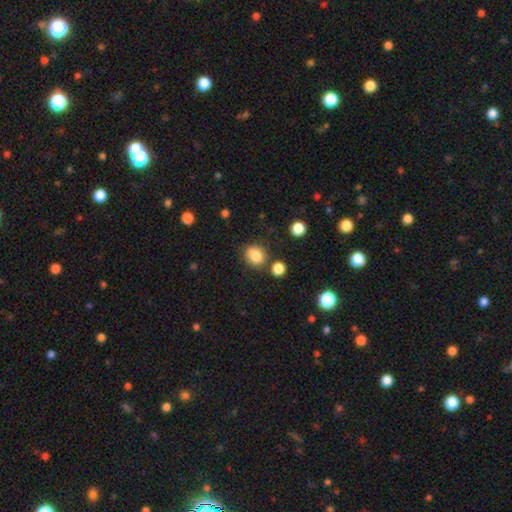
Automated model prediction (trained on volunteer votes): Overall: smooth (80%). How rounded: round (74%). Merging: none (67%).